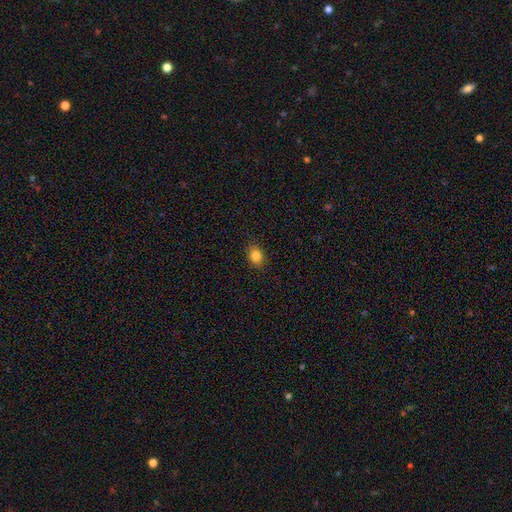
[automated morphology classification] A smooth galaxy with no disk features (84%) that is in between round and cigar-shaped (65%).

Vote fractions:
- Smooth or featured? smooth: 84% / star or artifact: 10% / featured or disk: 6%
- How rounded? in between: 65% / round: 34% / cigar-shaped: 1%
- Merging? none: 88% / minor disturbance: 9% / major disturbance: 2% / merger: 1%